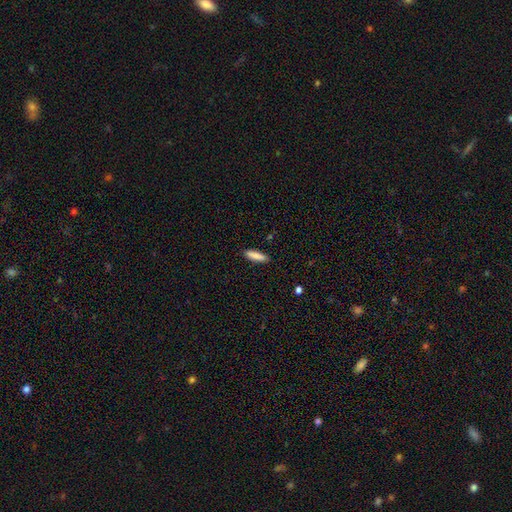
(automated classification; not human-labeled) This is clearly a smooth galaxy (86%). How rounded: likely cigar-shaped (70%). Merging: clearly none (89%).